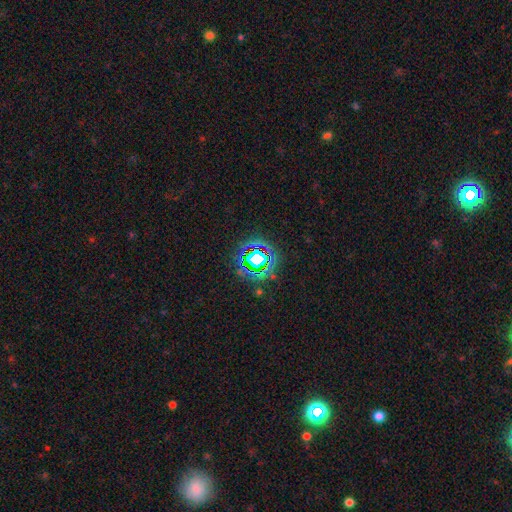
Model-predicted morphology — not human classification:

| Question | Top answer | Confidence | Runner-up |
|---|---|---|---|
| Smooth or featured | star or artifact | 67% | smooth (21%) |